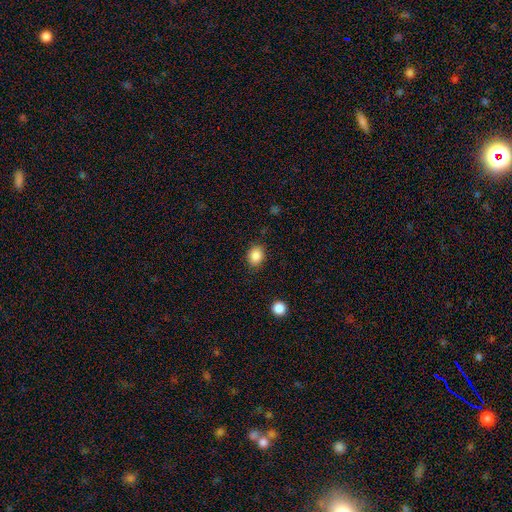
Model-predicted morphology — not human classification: Smooth or featured?
  - smooth: 87% *
  - star or artifact: 9%
  - featured or disk: 4%
How rounded?
  - round: 57% *
  - in between: 42%
  - cigar-shaped: 1%
Merging?
  - none: 85% *
  - minor disturbance: 11%
  - major disturbance: 3%
  - merger: 1%